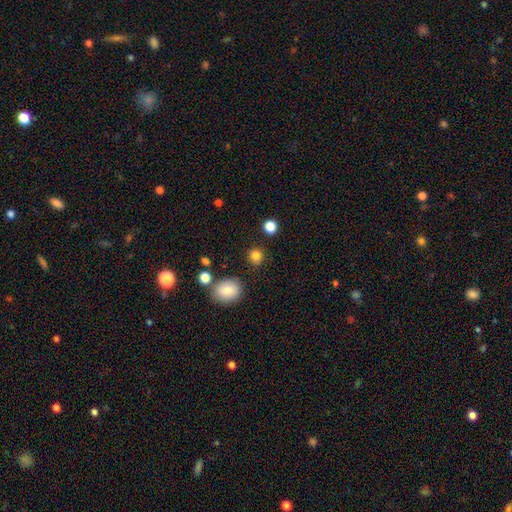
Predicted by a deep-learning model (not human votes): smooth-or-featured: smooth: 83% | star or artifact: 12% | featured or disk: 5%
  how-rounded: round: 83% | in between: 16% | cigar-shaped: 1%
  merging: none: 84% | minor disturbance: 9% | merger: 4% | major disturbance: 3%